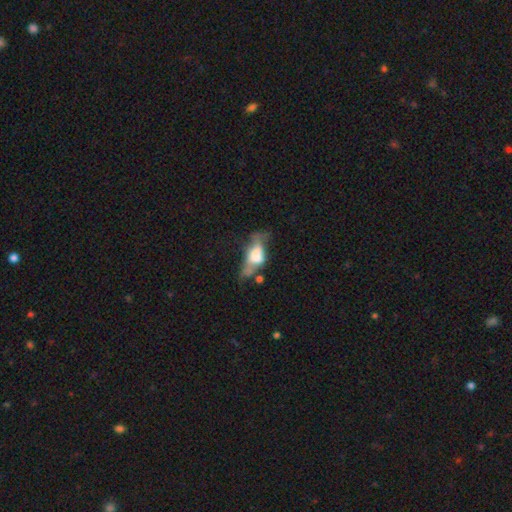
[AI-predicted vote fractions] Smooth or featured? Predicted: smooth (p=0.46). Merging? Predicted: major disturbance (p=0.34).